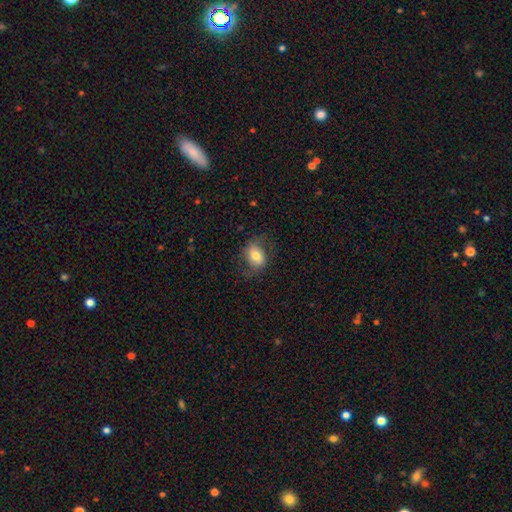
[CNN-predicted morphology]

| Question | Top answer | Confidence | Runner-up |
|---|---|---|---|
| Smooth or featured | smooth | 66% | featured or disk (25%) |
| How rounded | in between | 63% | round (36%) |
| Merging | none | 69% | minor disturbance (19%) |